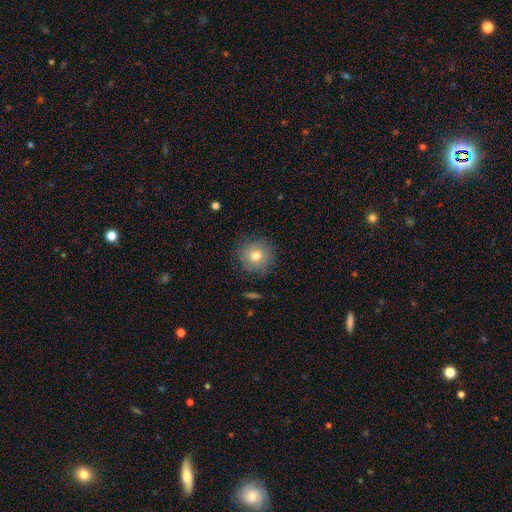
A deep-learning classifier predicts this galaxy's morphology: A smooth galaxy with no disk features (74%) that is round (92%). Merging: none (84%).